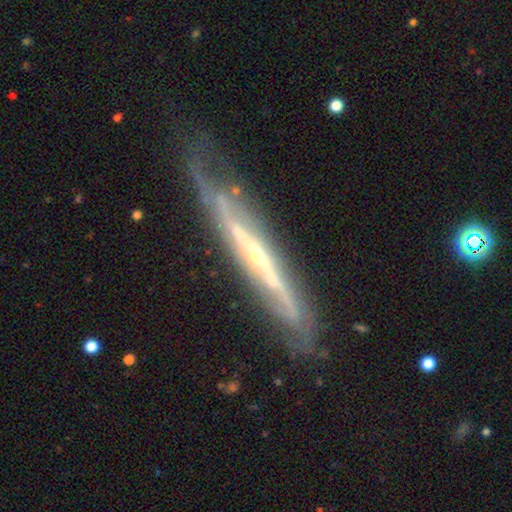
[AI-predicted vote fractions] Overall: featured or disk (86%). Edge-on disk: yes (68%; no 32%). Edge-on bulge: rounded (63%; none 34%). Merging: none (62%; minor disturbance 26%).